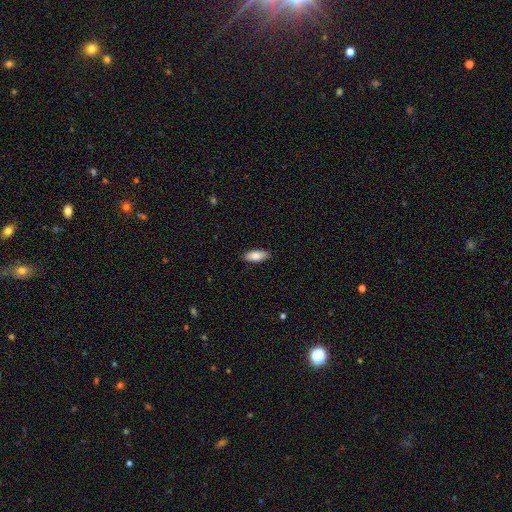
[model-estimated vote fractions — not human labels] Smooth or featured?
  - smooth: 84% *
  - featured or disk: 10%
  - star or artifact: 6%
How rounded?
  - in between: 82% *
  - cigar-shaped: 16%
  - round: 2%
Merging?
  - none: 87% *
  - minor disturbance: 10%
  - major disturbance: 2%
  - merger: 1%